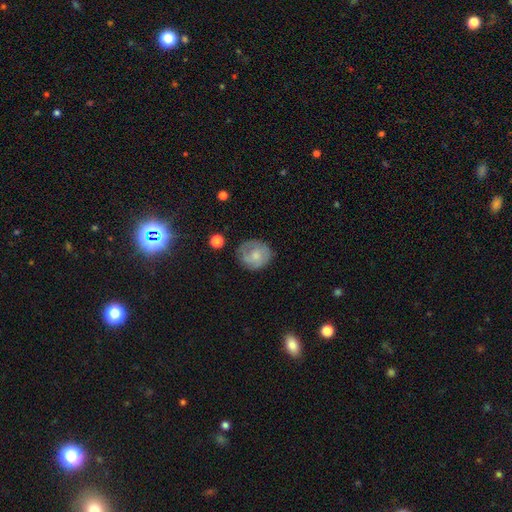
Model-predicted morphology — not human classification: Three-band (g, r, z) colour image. It shows a smooth galaxy with no disk features (56%) that is round (82%). Merging: none (70%).